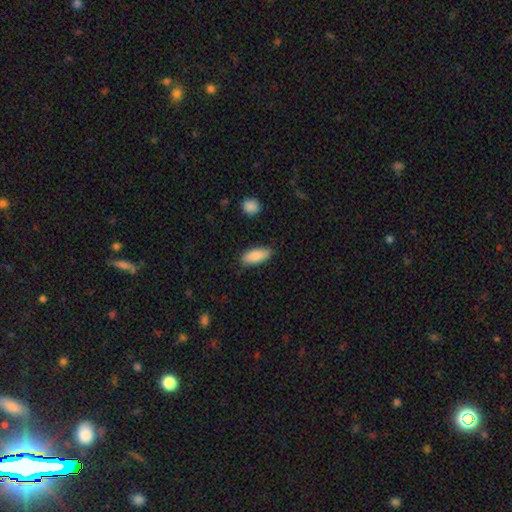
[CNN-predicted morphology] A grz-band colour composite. It shows a smooth galaxy with no disk features (87%) that is in between round and cigar-shaped (80%). Merging: none (84%).